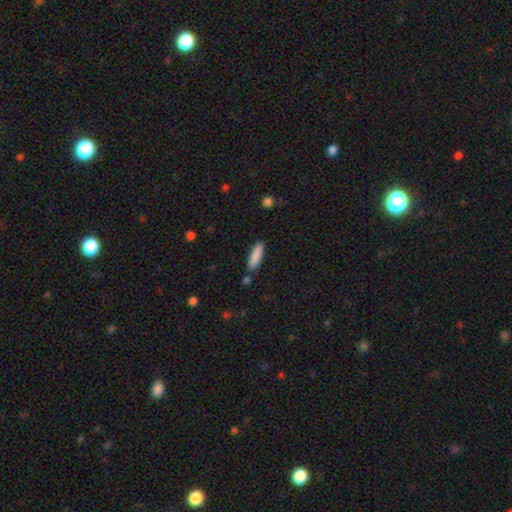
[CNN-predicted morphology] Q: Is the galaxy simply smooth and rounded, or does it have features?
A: smooth — 87%.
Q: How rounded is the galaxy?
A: cigar-shaped — 64%.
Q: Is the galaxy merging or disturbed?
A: none — 85%.